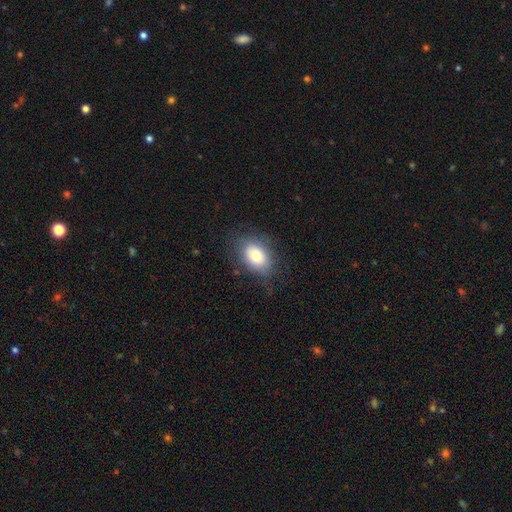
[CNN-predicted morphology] type=smooth (73%); roundness=in between (83%); merging=none (72%).